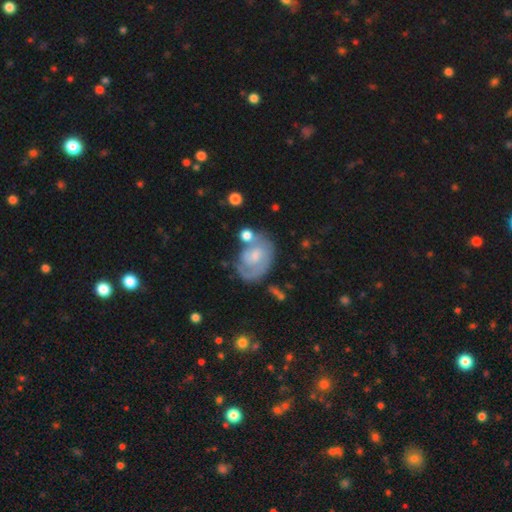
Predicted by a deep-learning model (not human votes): Smooth or featured: featured or disk — 67% (smooth — 25%)
Edge-on disk: no — 97% (yes — 3%)
Bar: no — 60% (weak — 33%)
Spiral arms: yes — 83% (no — 17%)
Spiral winding: tight — 57% (medium — 31%)
Spiral arm count: 1 — 37% (2 — 33%)
Bulge size: small — 46% (moderate — 37%)
Merging: none — 57% (minor disturbance — 22%)